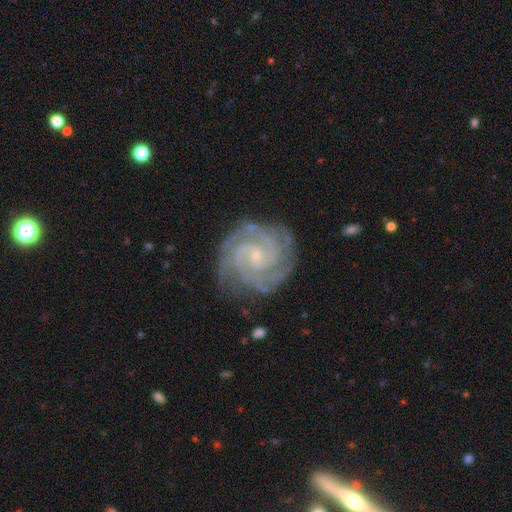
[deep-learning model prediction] This appears to be a featured or disk galaxy (92%) with no bar (68%), 3 (31%) tight (79%) spiral arms (99%) and a small central bulge (84%). Merging: none (80%).